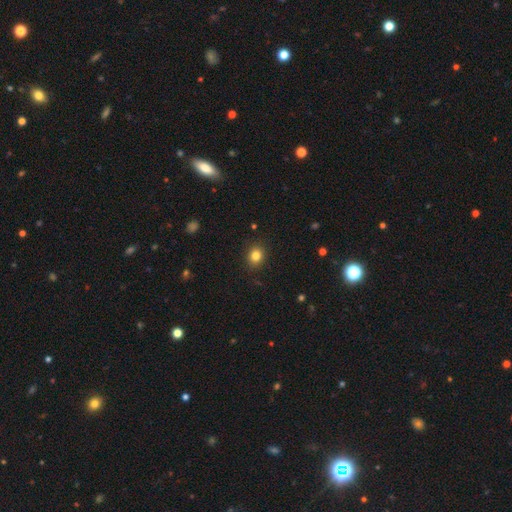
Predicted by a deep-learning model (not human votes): Smooth or featured?
  - smooth: 83% *
  - star or artifact: 12%
  - featured or disk: 6%
How rounded?
  - round: 69% *
  - in between: 30%
  - cigar-shaped: 1%
Merging?
  - none: 90% *
  - minor disturbance: 7%
  - major disturbance: 2%
  - merger: 1%